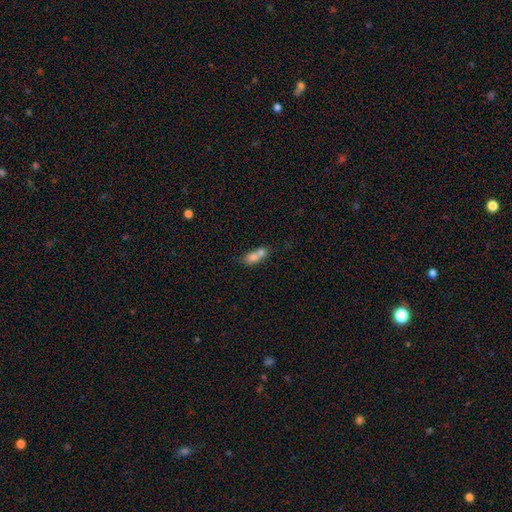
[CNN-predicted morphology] Smooth or featured? smooth (69%)
How rounded? in between (67%)
Merging? merger (66%)